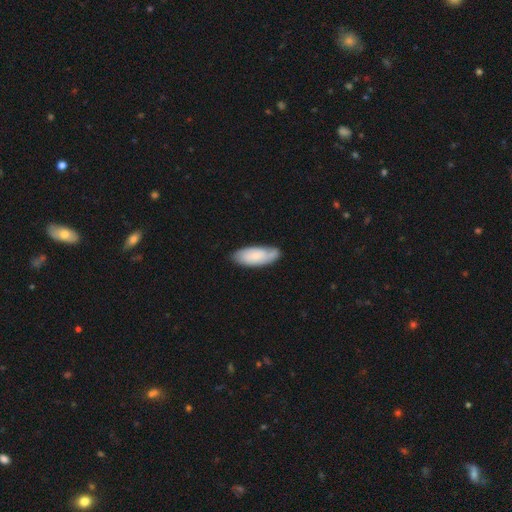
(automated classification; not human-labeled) A smooth galaxy with no disk features (64%) that is in between round and cigar-shaped (81%). Merging: none (66%).